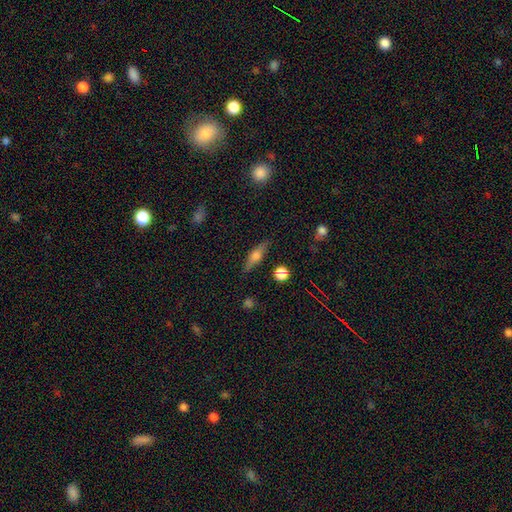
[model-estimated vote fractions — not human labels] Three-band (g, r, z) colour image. It shows a smooth galaxy with no disk features (47%). Merging: none (85%).